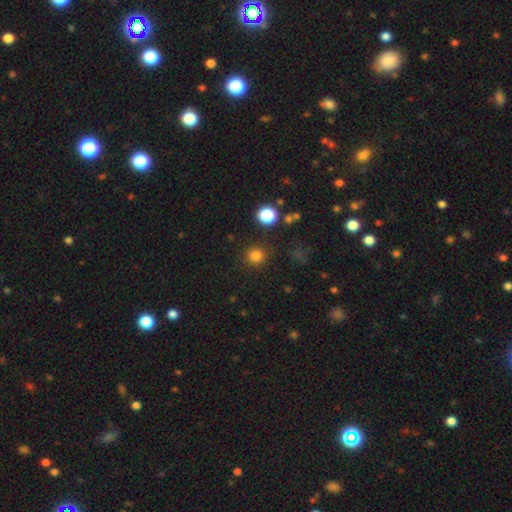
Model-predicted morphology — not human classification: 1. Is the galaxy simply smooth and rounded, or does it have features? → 80% smooth, 16% star or artifact, 4% featured or disk.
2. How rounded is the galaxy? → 92% round, 7% in between, 1% cigar-shaped.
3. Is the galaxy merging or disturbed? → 89% none, 6% minor disturbance, 3% major disturbance, 2% merger.